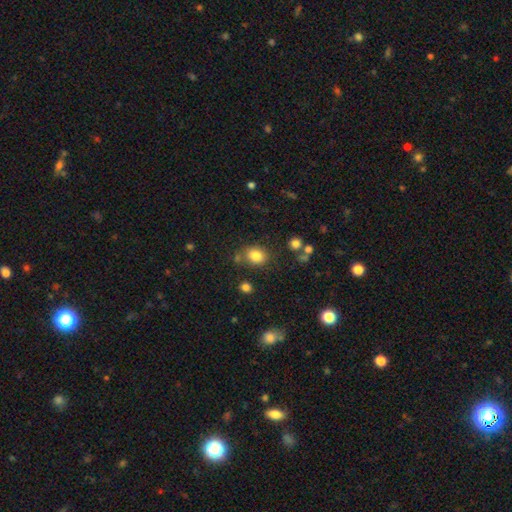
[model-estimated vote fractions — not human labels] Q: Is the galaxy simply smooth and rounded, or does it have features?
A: smooth — 82%.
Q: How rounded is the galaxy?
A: round — 55%.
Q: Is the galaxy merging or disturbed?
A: none — 72%.